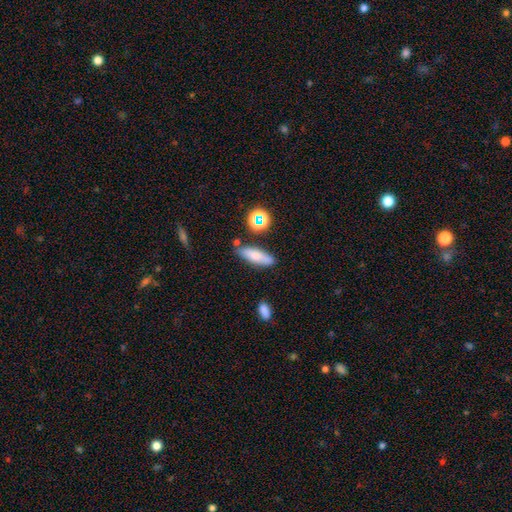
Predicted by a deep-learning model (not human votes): The model was most divided on "how rounded": in between: 50%, cigar-shaped: 46%, round: 4%. More confident: merging — none (74%); smooth or featured — smooth (72%).